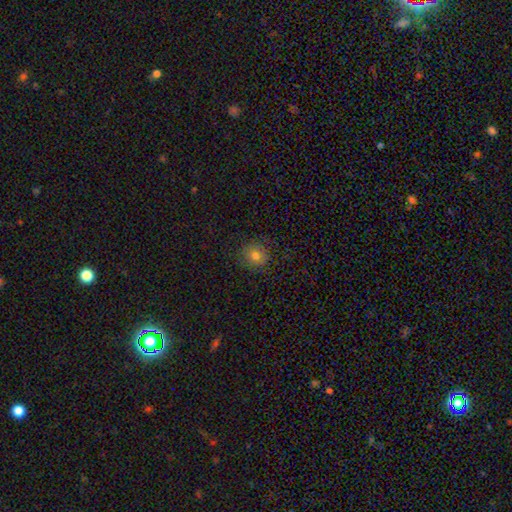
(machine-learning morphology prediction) This appears to be a smooth galaxy with no disk features (78%) that is round (86%). Merging: none (85%).